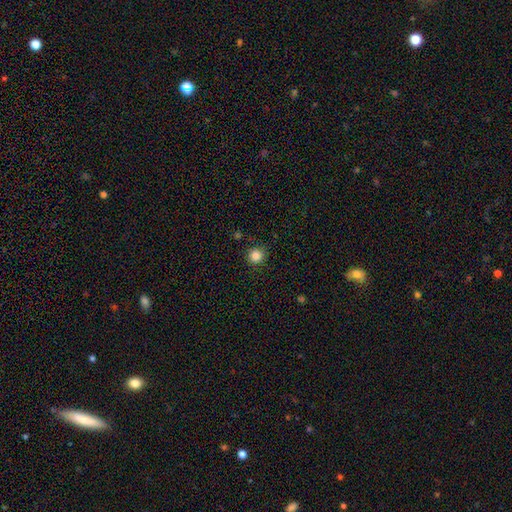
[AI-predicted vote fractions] Smooth or featured? smooth (85%)
How rounded? round (93%)
Merging? none (89%)